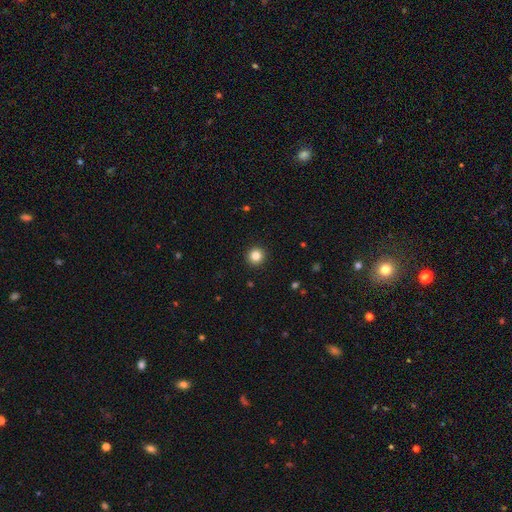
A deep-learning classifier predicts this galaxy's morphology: smooth_or_featured: smooth (p=0.84) [alt: star or artifact p=0.11]
how_rounded: round (p=0.95) [alt: in between p=0.04]
merging: none (p=0.93) [alt: minor disturbance p=0.04]